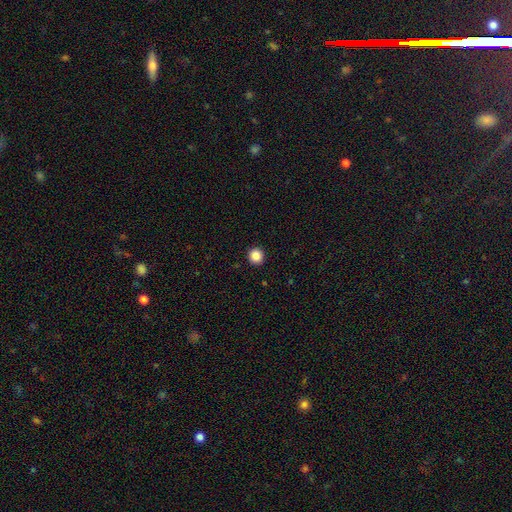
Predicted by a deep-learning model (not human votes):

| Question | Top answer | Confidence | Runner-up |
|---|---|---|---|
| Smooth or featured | smooth | 87% | star or artifact (10%) |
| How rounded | round | 93% | in between (6%) |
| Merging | none | 93% | minor disturbance (4%) |